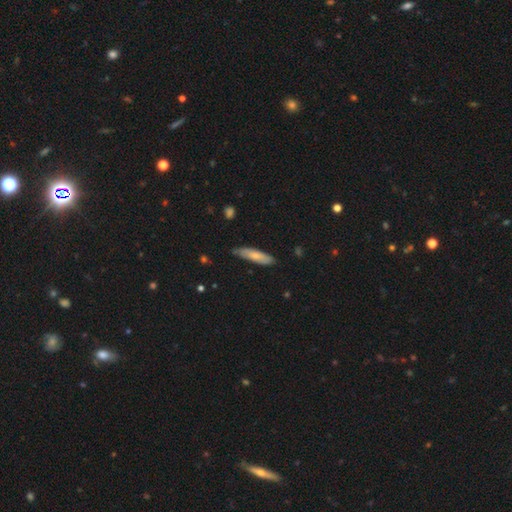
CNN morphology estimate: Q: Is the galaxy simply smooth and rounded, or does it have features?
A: smooth — 68%.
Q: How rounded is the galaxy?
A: cigar-shaped — 66%.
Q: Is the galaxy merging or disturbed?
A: none — 73%.